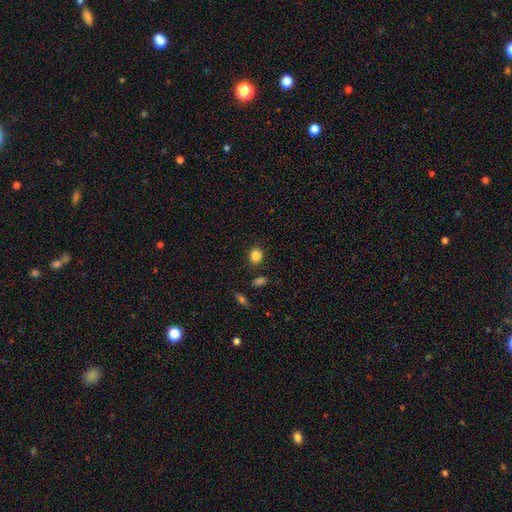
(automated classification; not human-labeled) Smooth or featured? Predicted: smooth (p=0.85). How rounded? Predicted: round (p=0.72). Merging? Predicted: none (p=0.86).